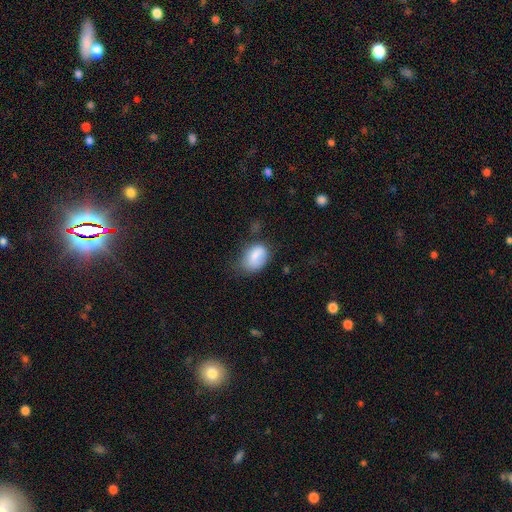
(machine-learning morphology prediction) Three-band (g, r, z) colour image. It shows a smooth galaxy with no disk features (80%) that is in between round and cigar-shaped (82%). Merging: none (48%).